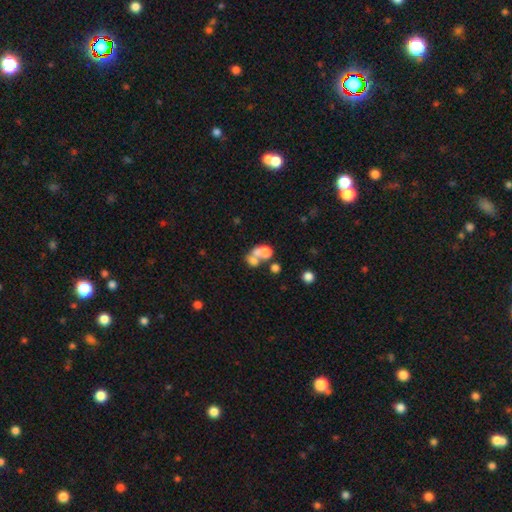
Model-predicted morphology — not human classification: type=smooth (59%); roundness=in between (52%); merging=merger (66%).